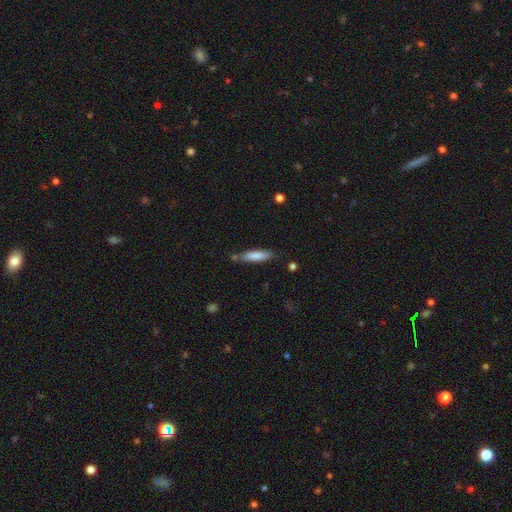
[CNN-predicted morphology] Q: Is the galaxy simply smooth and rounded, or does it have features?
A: smooth — 79%.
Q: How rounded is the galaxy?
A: cigar-shaped — 80%.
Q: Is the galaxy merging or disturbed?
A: none — 75%.